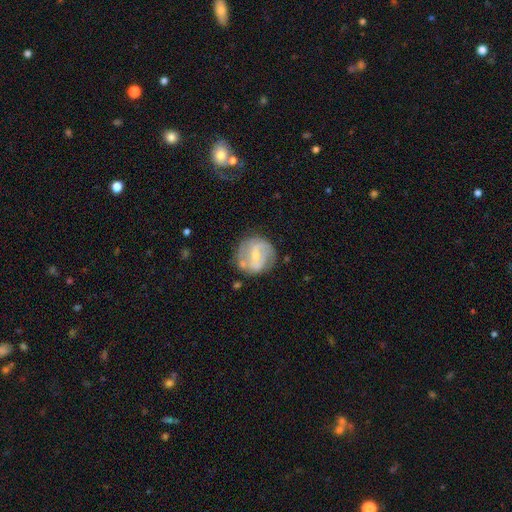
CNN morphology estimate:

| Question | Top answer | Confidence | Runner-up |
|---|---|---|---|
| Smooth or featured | featured or disk | 68% | smooth (25%) |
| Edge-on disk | no | 97% | yes (3%) |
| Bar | weak | 47% | no (31%) |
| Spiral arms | yes | 77% | no (23%) |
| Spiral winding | medium | 42% | tight (35%) |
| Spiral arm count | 2 | 62% | can't tell (22%) |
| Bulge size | small | 55% | moderate (38%) |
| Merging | none | 65% | minor disturbance (20%) |